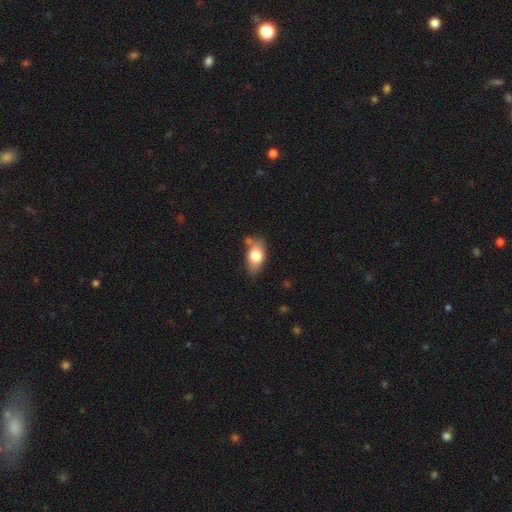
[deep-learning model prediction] Smooth or featured?
  - smooth: 76% *
  - featured or disk: 17%
  - star or artifact: 7%
How rounded?
  - in between: 88% *
  - round: 8%
  - cigar-shaped: 4%
Merging?
  - none: 63% *
  - minor disturbance: 23%
  - merger: 9%
  - major disturbance: 5%